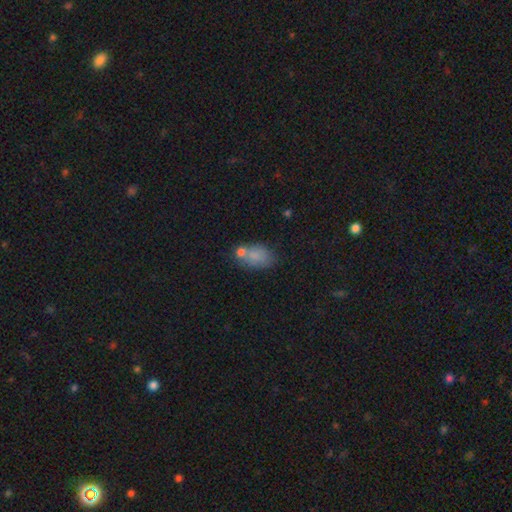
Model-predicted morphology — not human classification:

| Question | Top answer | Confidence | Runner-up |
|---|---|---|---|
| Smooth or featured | smooth | 75% | featured or disk (14%) |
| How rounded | in between | 85% | round (13%) |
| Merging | none | 47% | merger (26%) |